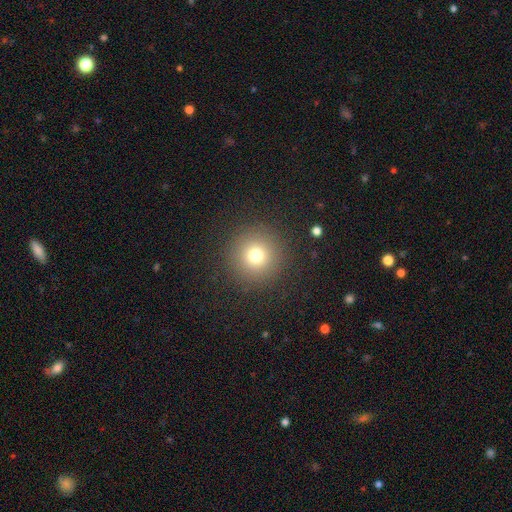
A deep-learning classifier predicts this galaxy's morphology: The model was most divided on "smooth or featured": smooth: 75%, star or artifact: 16%, featured or disk: 9%. More confident: how rounded — round (96%); merging — none (90%).